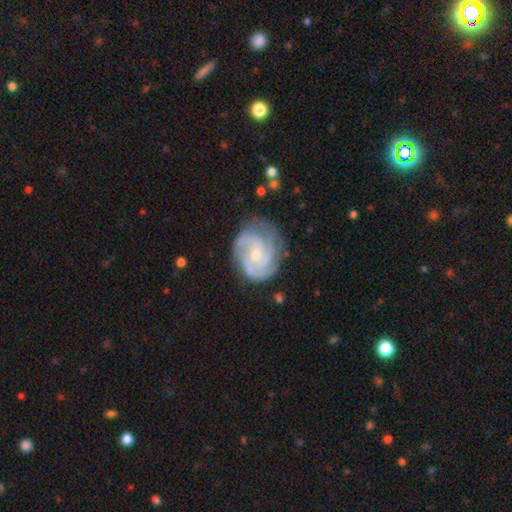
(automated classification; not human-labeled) smooth_or_featured: featured or disk (p=0.83) [alt: smooth p=0.11]
disk_edge_on: no (p=0.98) [alt: yes p=0.02]
bar: no (p=0.64) [alt: weak p=0.30]
has_spiral_arms: yes (p=0.95) [alt: no p=0.05]
spiral_winding: tight (p=0.57) [alt: medium p=0.35]
spiral_arm_count: 3 (p=0.33) [alt: 2 p=0.26]
bulge_size: small (p=0.54) [alt: moderate p=0.43]
merging: none (p=0.68) [alt: minor disturbance p=0.22]